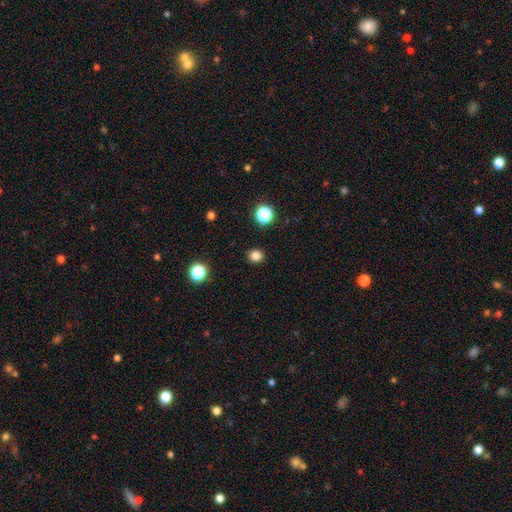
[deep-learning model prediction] Smooth or featured? Predicted: smooth (p=0.82). How rounded? Predicted: round (p=0.77). Merging? Predicted: none (p=0.91).